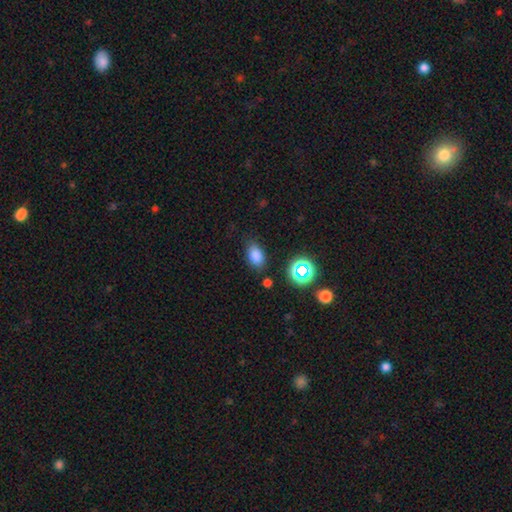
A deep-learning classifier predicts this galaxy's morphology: Smooth or featured? Predicted: smooth (p=0.78). How rounded? Predicted: in between (p=0.84). Merging? Predicted: none (p=0.78).